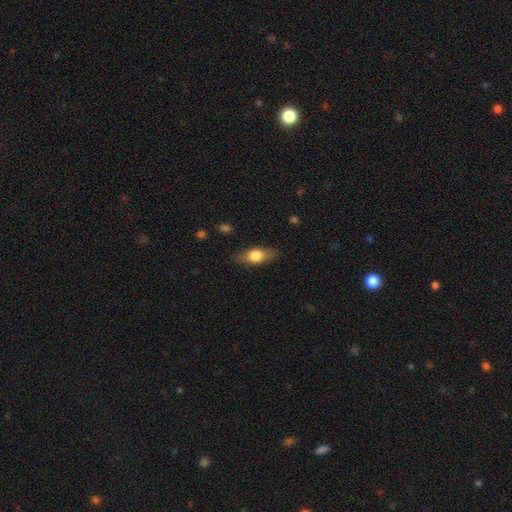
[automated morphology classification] Smooth or featured?
  - smooth: 67% *
  - featured or disk: 27%
  - star or artifact: 7%
How rounded?
  - in between: 75% *
  - cigar-shaped: 19%
  - round: 6%
Merging?
  - none: 83% *
  - minor disturbance: 12%
  - major disturbance: 3%
  - merger: 1%